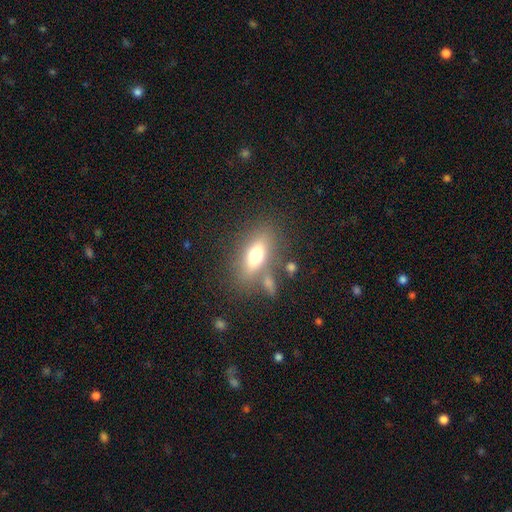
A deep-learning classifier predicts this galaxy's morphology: A smooth galaxy with no disk features (65%) that is in between round and cigar-shaped (73%).

Vote fractions:
- Smooth or featured? smooth: 65% / featured or disk: 25% / star or artifact: 9%
- How rounded? in between: 73% / cigar-shaped: 20% / round: 6%
- Merging? none: 71% / minor disturbance: 13% / merger: 10% / major disturbance: 6%